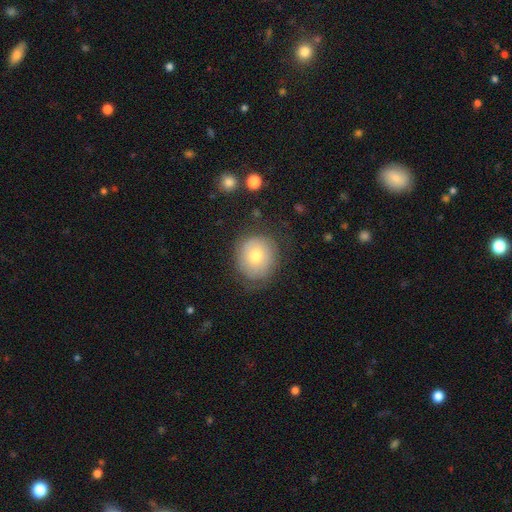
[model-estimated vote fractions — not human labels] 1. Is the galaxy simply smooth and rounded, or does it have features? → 66% smooth, 25% featured or disk, 9% star or artifact.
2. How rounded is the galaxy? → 84% round, 15% in between, 1% cigar-shaped.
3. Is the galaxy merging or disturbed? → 72% none, 19% minor disturbance, 8% major disturbance, 2% merger.